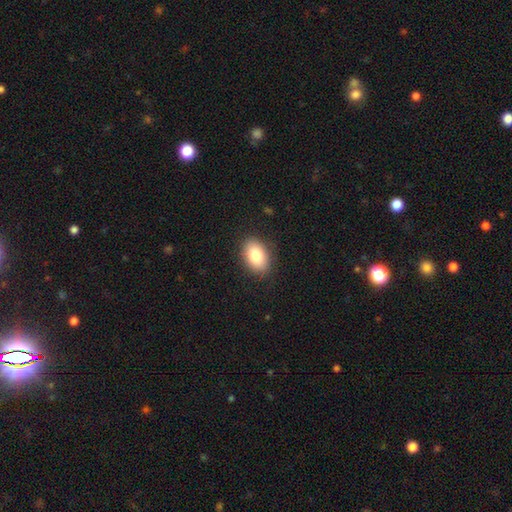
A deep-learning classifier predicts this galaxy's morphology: smooth_or_featured: smooth (p=0.85) [alt: featured or disk p=0.08]
how_rounded: in between (p=0.89) [alt: round p=0.10]
merging: none (p=0.86) [alt: minor disturbance p=0.10]